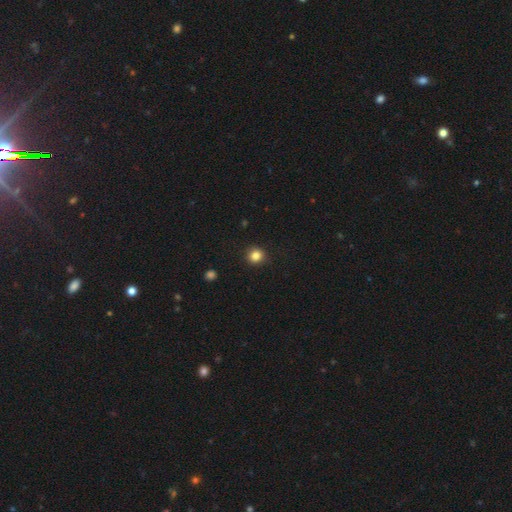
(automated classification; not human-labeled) Smooth or featured: smooth — 84% (star or artifact — 12%)
How rounded: round — 91% (in between — 8%)
Merging: none — 91% (minor disturbance — 6%)